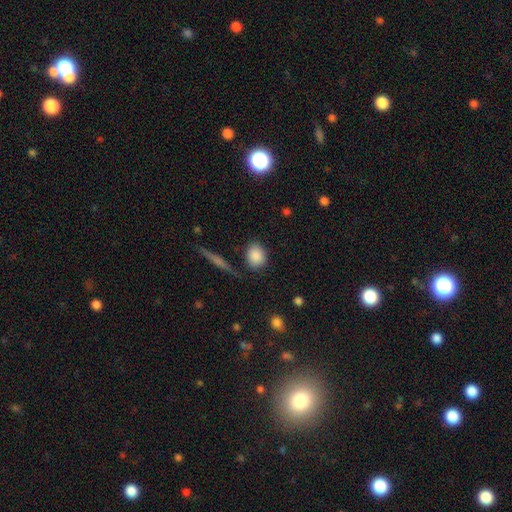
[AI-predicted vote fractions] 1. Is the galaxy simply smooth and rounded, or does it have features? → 86% smooth, 8% star or artifact, 6% featured or disk.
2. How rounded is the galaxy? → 57% round, 41% in between, 3% cigar-shaped.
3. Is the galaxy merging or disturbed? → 80% none, 13% minor disturbance, 4% merger, 4% major disturbance.